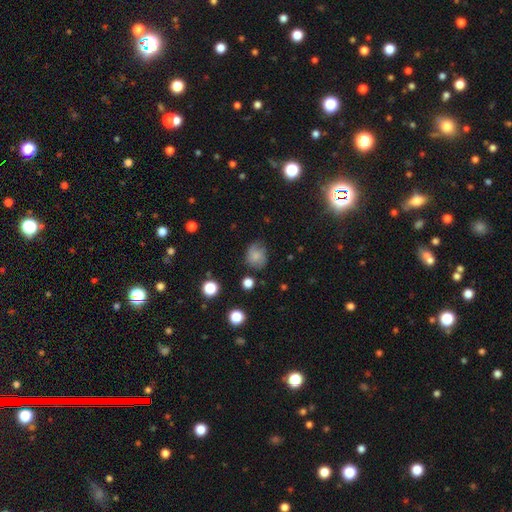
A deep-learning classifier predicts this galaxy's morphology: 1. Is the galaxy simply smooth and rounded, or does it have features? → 65% smooth, 23% featured or disk, 12% star or artifact.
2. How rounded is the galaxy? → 67% round, 32% in between, 1% cigar-shaped.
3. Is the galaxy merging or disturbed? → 62% none, 26% minor disturbance, 10% major disturbance, 2% merger.